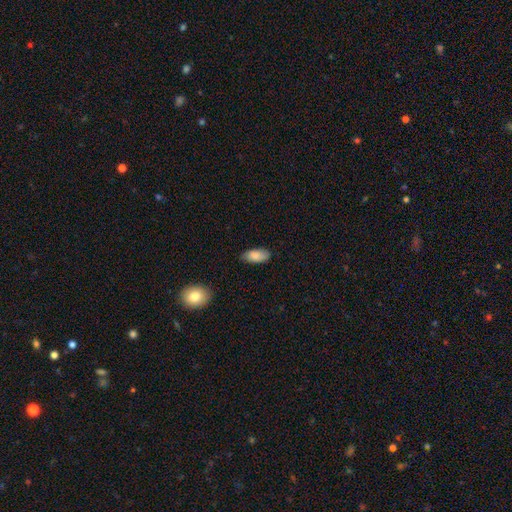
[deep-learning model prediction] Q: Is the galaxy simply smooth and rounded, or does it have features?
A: smooth — 86%.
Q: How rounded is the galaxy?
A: in between — 91%.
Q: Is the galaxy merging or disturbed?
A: none — 81%.